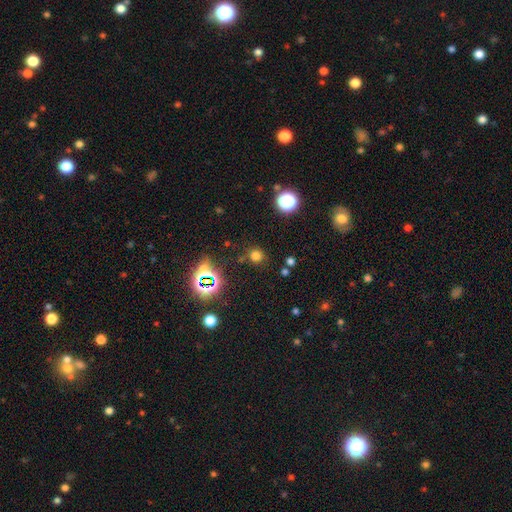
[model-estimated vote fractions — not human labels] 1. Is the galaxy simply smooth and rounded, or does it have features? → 67% smooth, 27% star or artifact, 6% featured or disk.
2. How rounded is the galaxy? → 91% round, 8% in between, 1% cigar-shaped.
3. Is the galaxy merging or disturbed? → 83% none, 9% minor disturbance, 4% merger, 4% major disturbance.